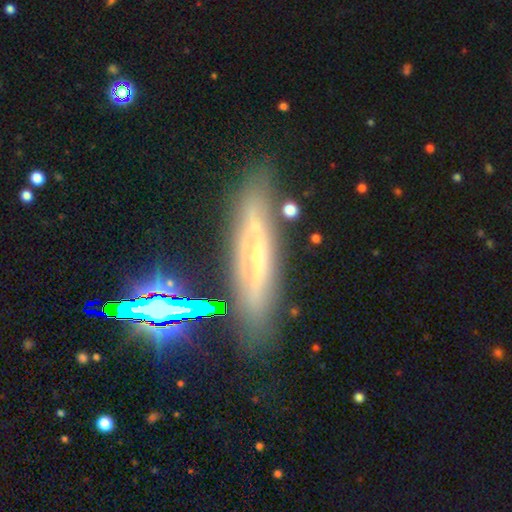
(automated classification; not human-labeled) Smooth or featured?
  - featured or disk: 62% *
  - smooth: 23%
  - star or artifact: 15%
Edge-on disk?
  - yes: 78% *
  - no: 22%
Merging?
  - none: 80% *
  - minor disturbance: 13%
  - major disturbance: 4%
  - merger: 3%